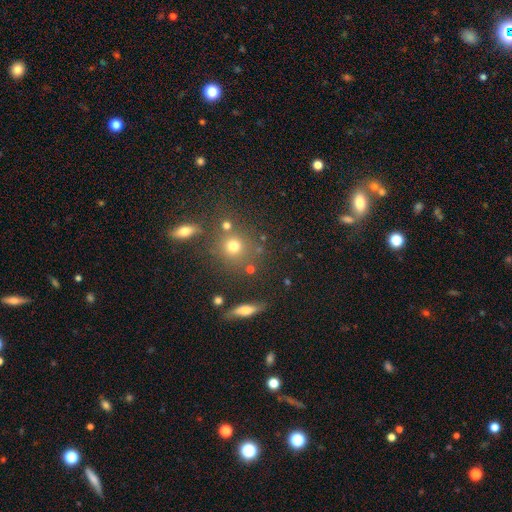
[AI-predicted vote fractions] A smooth galaxy with no disk features (53%) that is round (86%).

Vote fractions:
- Smooth or featured? smooth: 53% / star or artifact: 34% / featured or disk: 13%
- How rounded? round: 86% / in between: 12% / cigar-shaped: 2%
- Merging? none: 69% / merger: 17% / minor disturbance: 9% / major disturbance: 4%